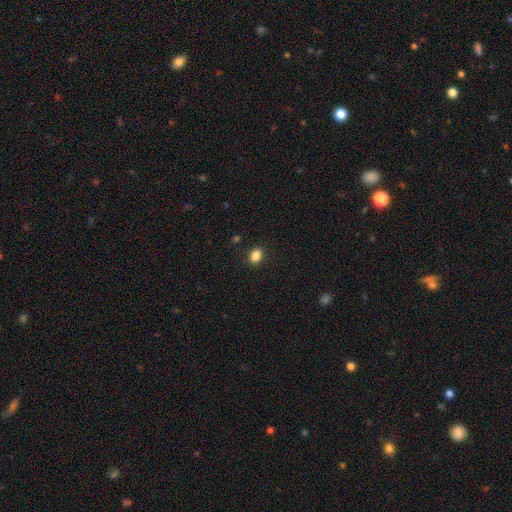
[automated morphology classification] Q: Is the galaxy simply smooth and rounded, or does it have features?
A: smooth — 86%.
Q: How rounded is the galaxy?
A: in between — 71%.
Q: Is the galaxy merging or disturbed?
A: none — 89%.